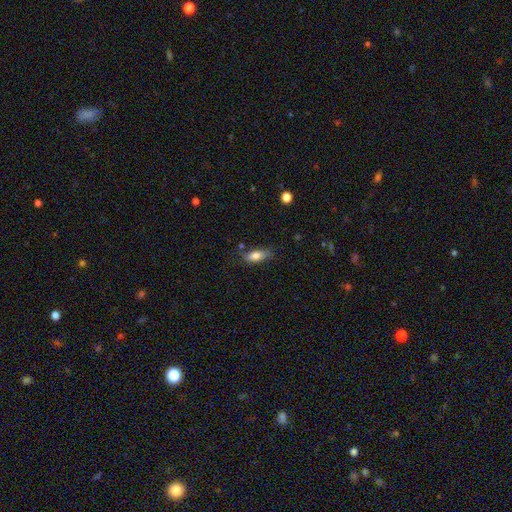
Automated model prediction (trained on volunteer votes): Smooth or featured? smooth (77%)
How rounded? in between (74%)
Merging? none (69%)